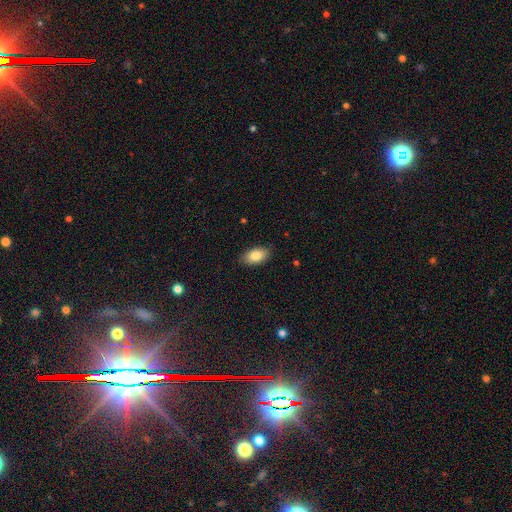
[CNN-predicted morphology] A smooth galaxy with no disk features (84%) that is in between round and cigar-shaped (93%). Merging: none (87%).